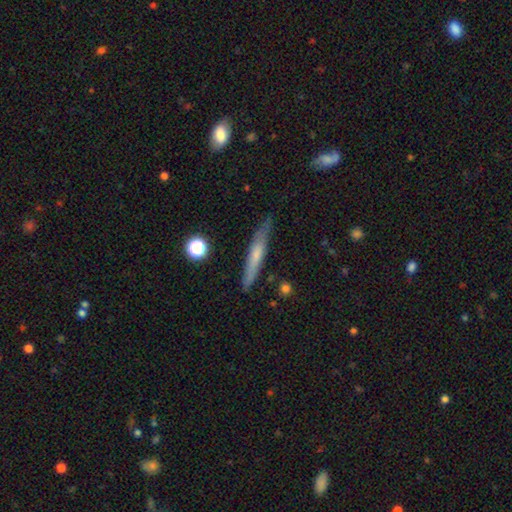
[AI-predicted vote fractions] smooth 54%, featured or disk 39%, star or artifact 7%. Down the decision tree: how rounded — cigar-shaped (93%); merging — none (82%).